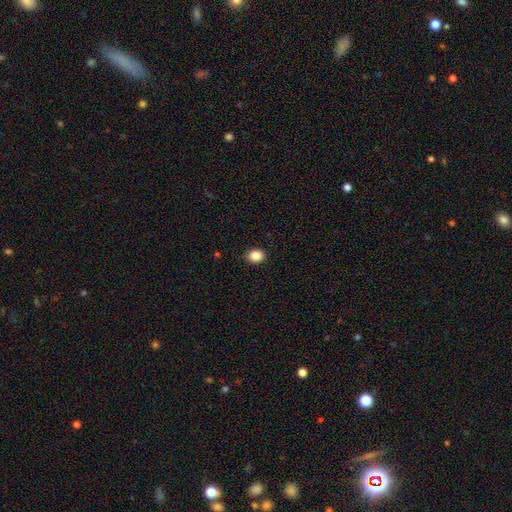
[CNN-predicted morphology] Q: Smooth or featured?
A: smooth (88%); runner-up: star or artifact (9%)
Q: How rounded?
A: in between (50%); runner-up: round (49%)
Q: Merging?
A: none (90%); runner-up: minor disturbance (7%)